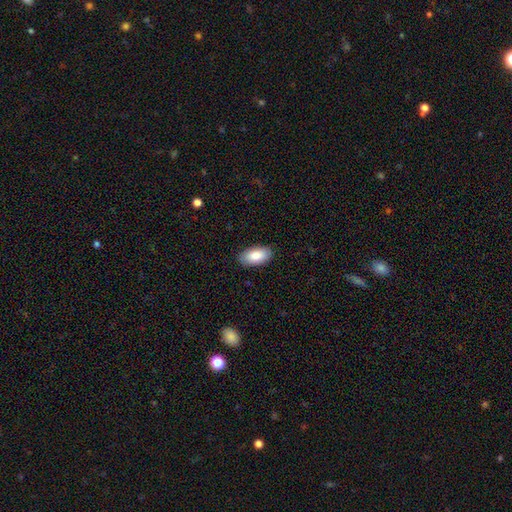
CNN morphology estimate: A smooth galaxy with no disk features (85%) that is in between round and cigar-shaped (95%).

Vote fractions:
- Smooth or featured? smooth: 85% / featured or disk: 9% / star or artifact: 6%
- How rounded? in between: 95% / cigar-shaped: 3% / round: 2%
- Merging? none: 89% / minor disturbance: 8% / major disturbance: 2% / merger: 1%